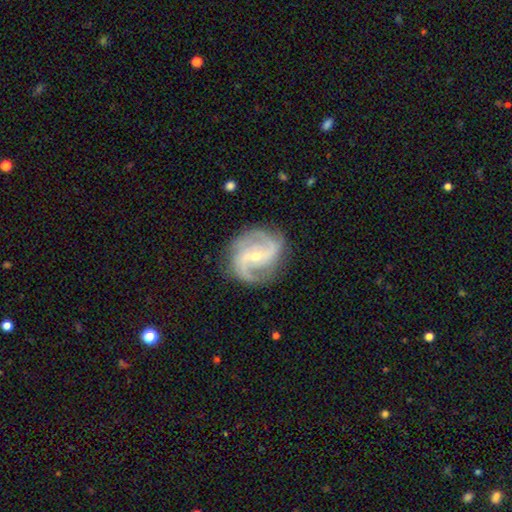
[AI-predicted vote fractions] Smooth or featured? featured or disk (91%)
Edge-on disk? no (98%)
Bar? weak (41%)
Spiral arms? yes (98%)
Spiral winding? medium (53%)
Spiral arm count? 2 (62%)
Bulge size? small (60%)
Merging? none (80%)